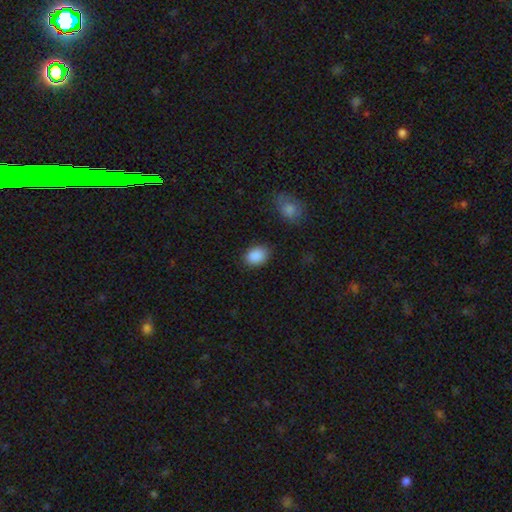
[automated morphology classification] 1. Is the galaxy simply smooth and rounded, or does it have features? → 89% smooth, 8% star or artifact, 3% featured or disk.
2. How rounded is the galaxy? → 71% in between, 28% round, 1% cigar-shaped.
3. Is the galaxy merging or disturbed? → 82% none, 12% minor disturbance, 3% major disturbance, 2% merger.